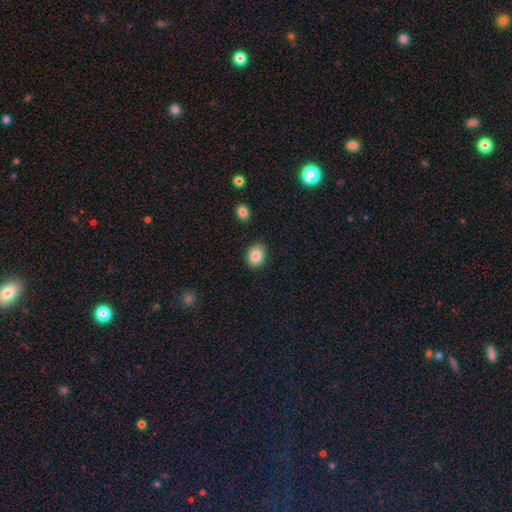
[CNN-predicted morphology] type=smooth (87%); roundness=in between (60%); merging=none (85%).